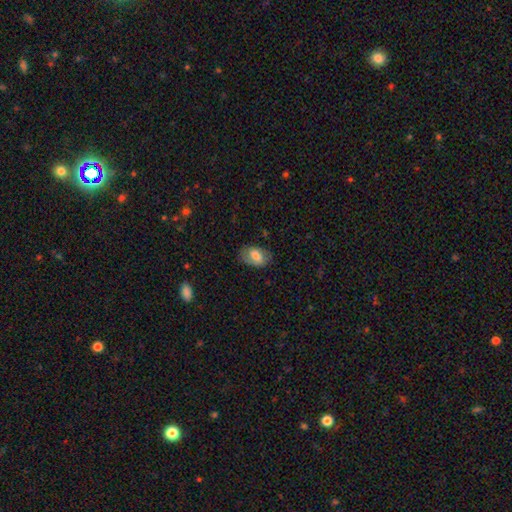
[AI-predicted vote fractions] Smooth or featured: smooth — 62% (featured or disk — 30%)
How rounded: in between — 87% (round — 11%)
Merging: none — 72% (minor disturbance — 20%)